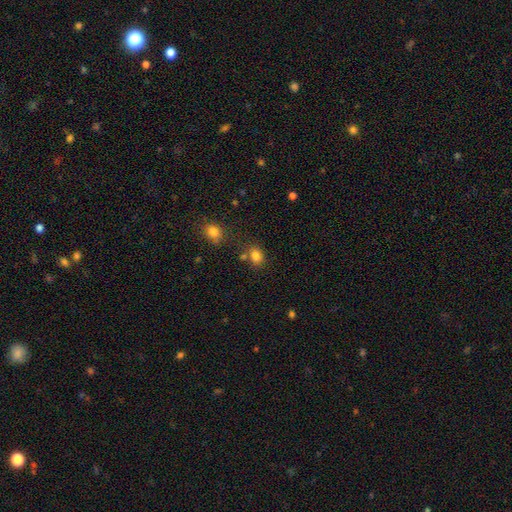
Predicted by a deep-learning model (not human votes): smooth_or_featured: smooth (p=0.81) [alt: star or artifact p=0.13]
how_rounded: in between (p=0.53) [alt: round p=0.45]
merging: none (p=0.66) [alt: merger p=0.16]